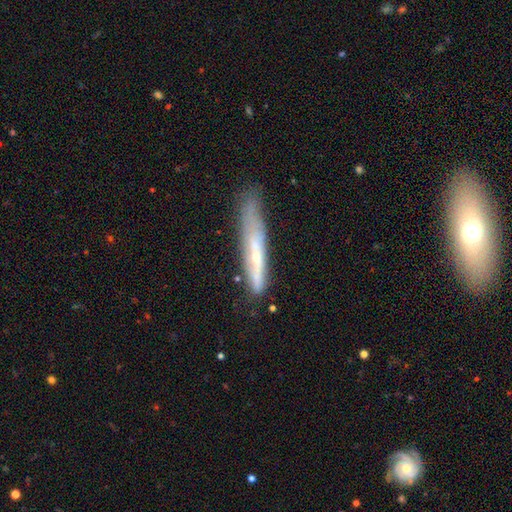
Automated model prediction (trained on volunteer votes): A featured or disk galaxy (52%) viewed edge-on (76%). Merging: none (61%).